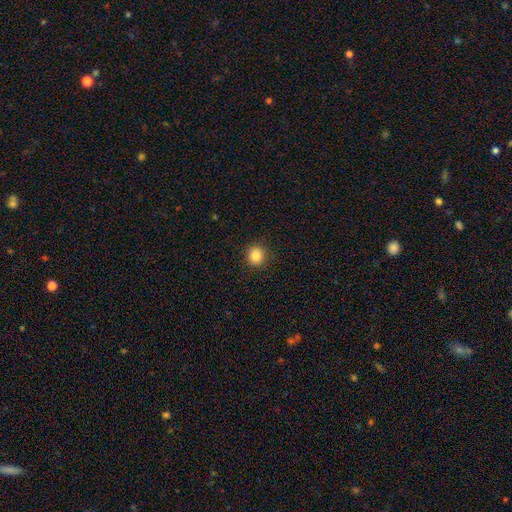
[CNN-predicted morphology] Smooth or featured?
  - smooth: 85% *
  - star or artifact: 10%
  - featured or disk: 5%
How rounded?
  - round: 91% *
  - in between: 8%
  - cigar-shaped: 1%
Merging?
  - none: 90% *
  - minor disturbance: 7%
  - major disturbance: 2%
  - merger: 1%